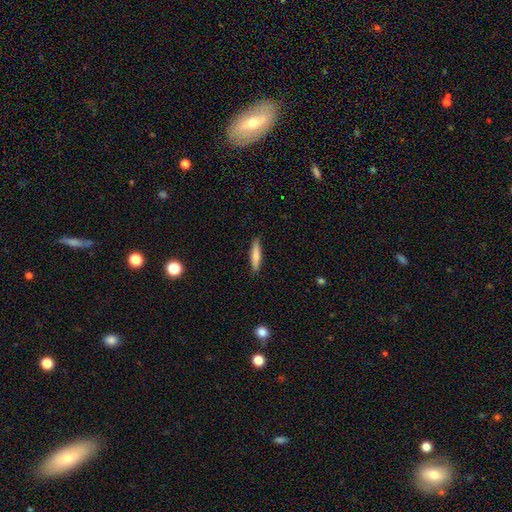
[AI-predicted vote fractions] Q: Smooth or featured?
A: smooth (77%); runner-up: featured or disk (17%)
Q: How rounded?
A: cigar-shaped (83%); runner-up: in between (15%)
Q: Merging?
A: none (88%); runner-up: minor disturbance (9%)